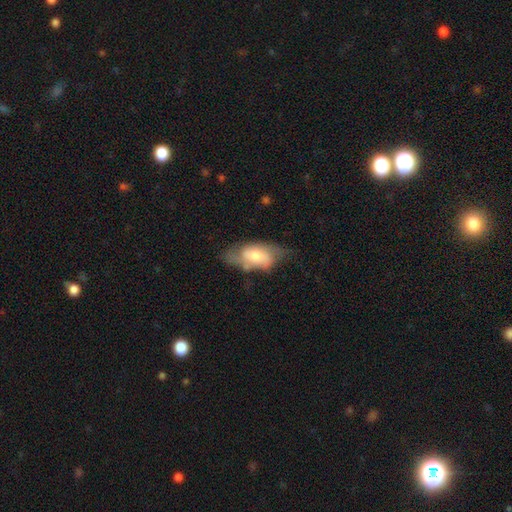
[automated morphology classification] This is possibly a featured or disk galaxy (48%). Merging: possibly none (49%).